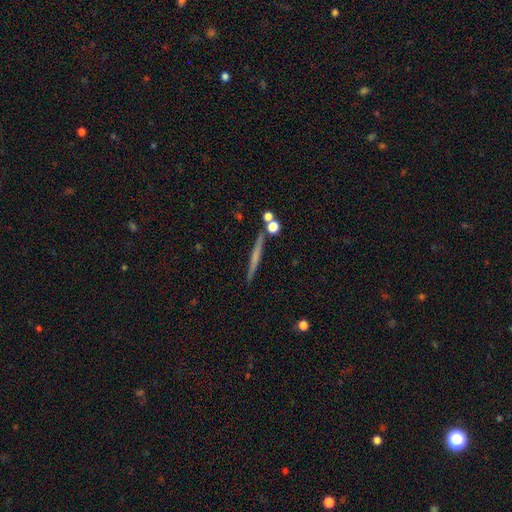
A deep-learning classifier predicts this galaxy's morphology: This appears to be a featured or disk galaxy (51%) viewed edge-on (97%). Merging: none (86%).